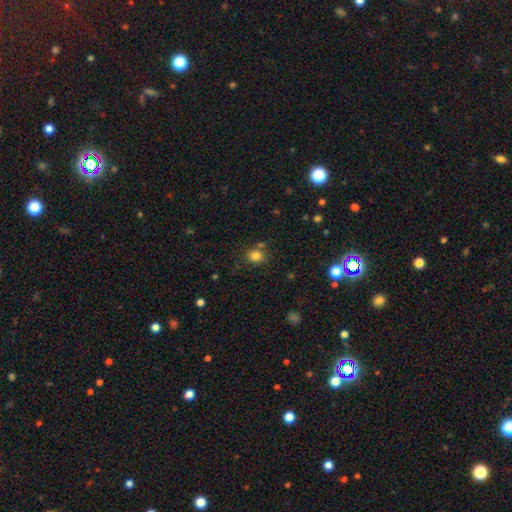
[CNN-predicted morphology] Q: Smooth or featured?
A: smooth (80%); runner-up: star or artifact (13%)
Q: How rounded?
A: round (78%); runner-up: in between (21%)
Q: Merging?
A: none (74%); runner-up: minor disturbance (12%)